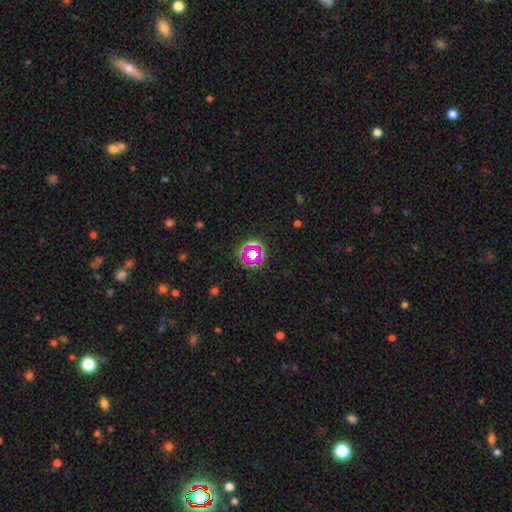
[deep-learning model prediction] Overall: star or artifact (59%; smooth 29%).